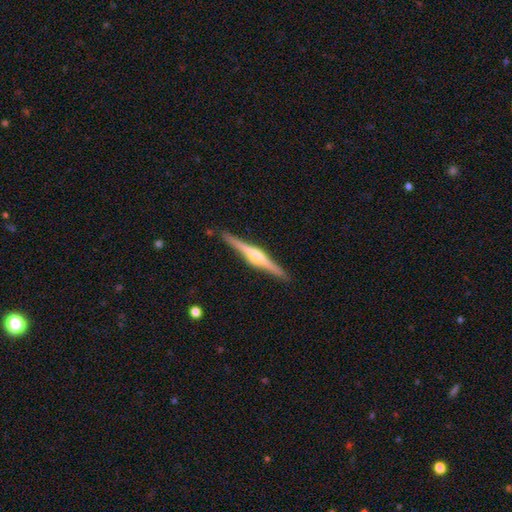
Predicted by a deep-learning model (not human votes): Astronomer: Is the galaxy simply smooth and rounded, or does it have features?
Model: featured or disk — 83%.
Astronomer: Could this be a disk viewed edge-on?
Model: yes — 99%.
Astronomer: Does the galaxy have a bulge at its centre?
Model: rounded — 88%.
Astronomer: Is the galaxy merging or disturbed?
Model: none — 91%.